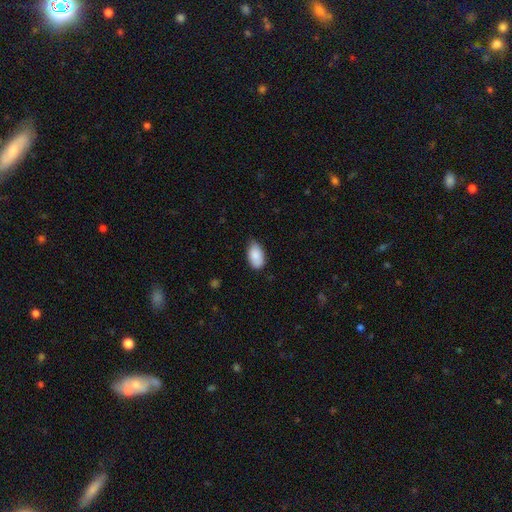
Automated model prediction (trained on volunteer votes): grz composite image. It shows a smooth galaxy with no disk features (87%) that is in between round and cigar-shaped (94%). Merging: none (71%).